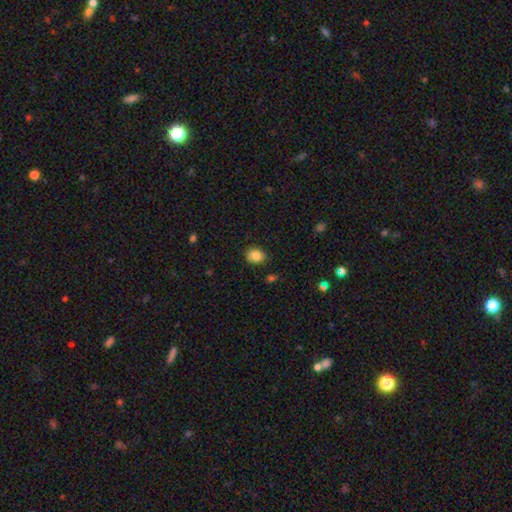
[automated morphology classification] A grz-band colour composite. It shows a smooth galaxy with no disk features (85%) that is round (51%). Merging: none (83%).